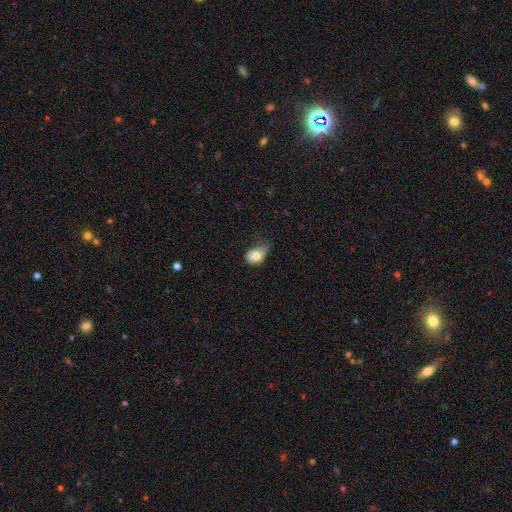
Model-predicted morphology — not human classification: Smooth or featured? smooth (78%)
How rounded? in between (67%)
Merging? minor disturbance (44%)